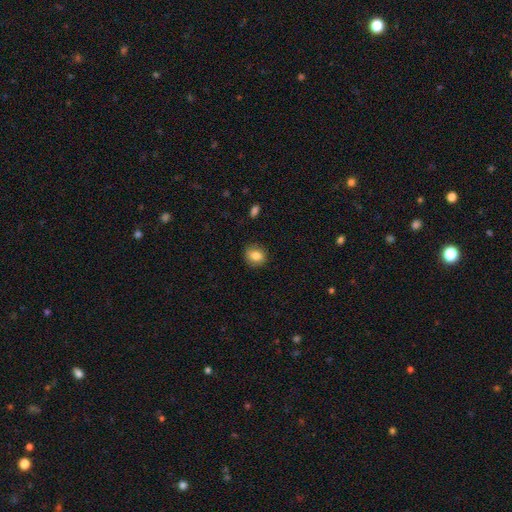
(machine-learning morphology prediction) Overall: smooth (82%). How rounded: round (68%; in between 31%). Merging: none (85%).